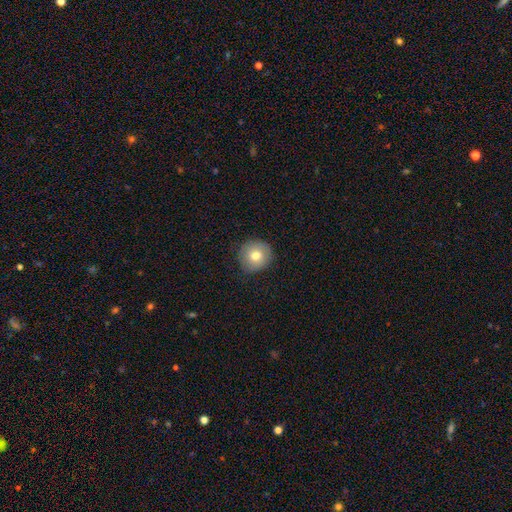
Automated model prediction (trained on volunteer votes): Smooth or featured? Predicted: smooth (p=0.78). How rounded? Predicted: round (p=0.92). Merging? Predicted: none (p=0.86).